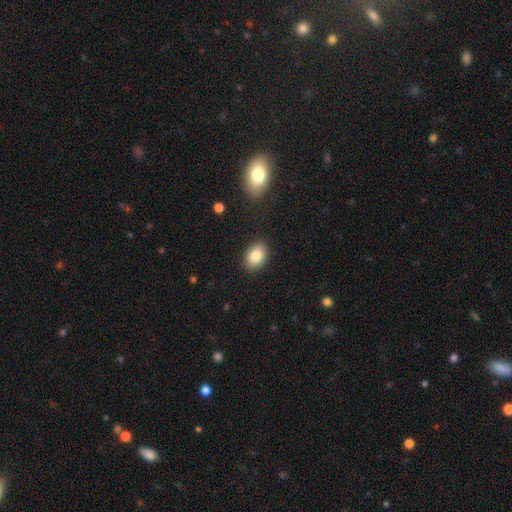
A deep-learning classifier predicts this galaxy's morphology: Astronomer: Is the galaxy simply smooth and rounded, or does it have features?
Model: smooth — 85%.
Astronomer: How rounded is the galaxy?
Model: in between — 80%.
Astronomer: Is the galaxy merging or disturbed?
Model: none — 87%.